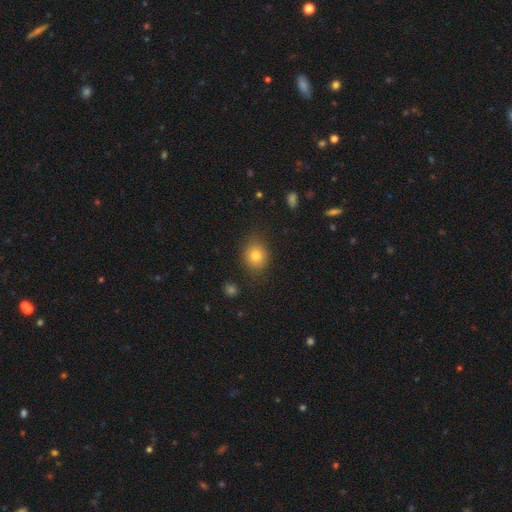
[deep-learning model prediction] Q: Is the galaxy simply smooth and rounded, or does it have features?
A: smooth — 78%.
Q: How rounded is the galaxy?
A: round — 67%.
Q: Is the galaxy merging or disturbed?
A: none — 81%.